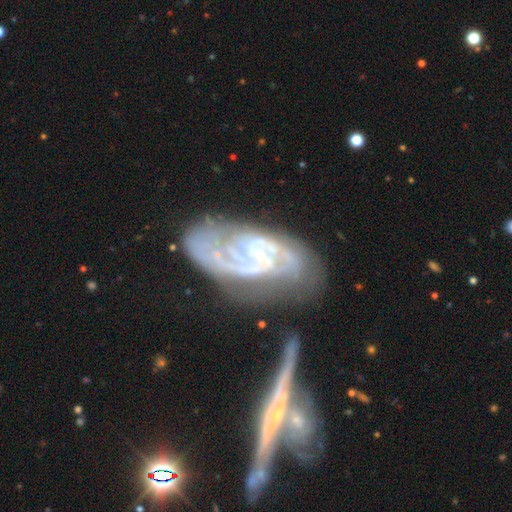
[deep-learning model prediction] featured or disk 87%, star or artifact 6%, smooth 6%. Down the decision tree: edge-on disk — no (95%); bar — no (42%); spiral arms — yes (96%); spiral arm count — 2 (51%); spiral winding — tight (45%); bulge size — small (72%); merging — none (45%).